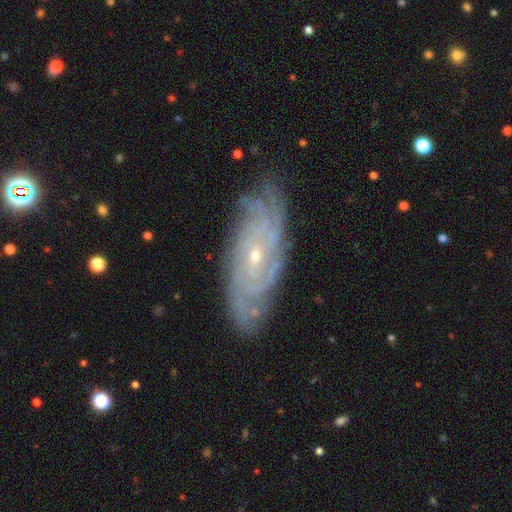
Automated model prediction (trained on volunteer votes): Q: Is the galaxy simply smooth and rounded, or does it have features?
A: featured or disk — 87%.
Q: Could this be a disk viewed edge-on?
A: no — 90%.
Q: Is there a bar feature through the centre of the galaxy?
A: no — 65%.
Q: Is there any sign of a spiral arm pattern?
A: yes — 97%.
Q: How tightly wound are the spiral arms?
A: tight — 78%.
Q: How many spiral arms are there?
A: can't tell — 32%.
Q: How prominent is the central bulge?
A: small — 77%.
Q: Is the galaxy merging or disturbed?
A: none — 82%.